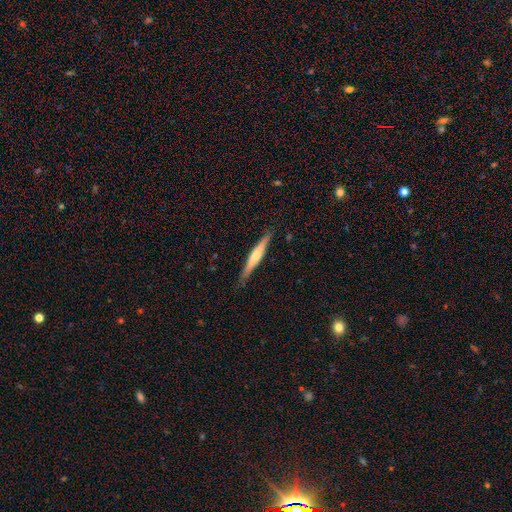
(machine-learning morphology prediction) This is possibly a featured or disk galaxy (59%). It is clearly viewed edge-on (96%). Edge-on bulge: likely rounded (78%). Merging: clearly none (87%).